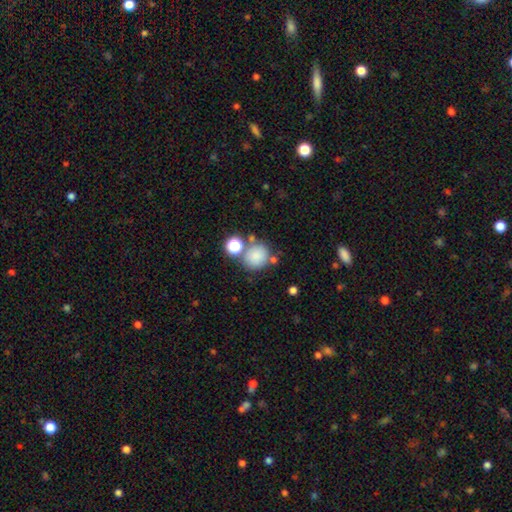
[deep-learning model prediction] This is likely a smooth galaxy (80%). How rounded: clearly round (81%). Merging: likely none (63%).